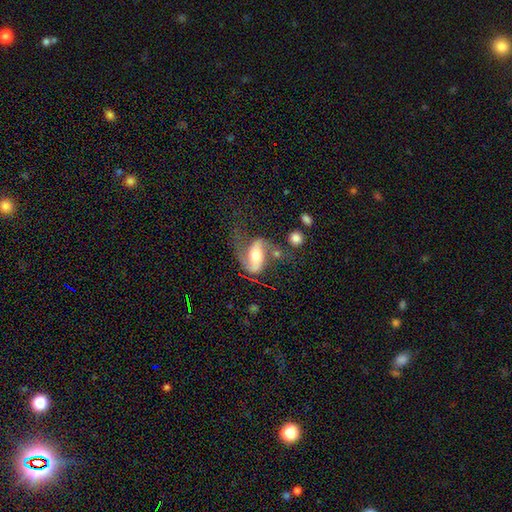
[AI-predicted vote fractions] This appears to be a featured or disk galaxy (79%) with a weak bar (35%), 2 (83%) loose (55%) spiral arms (93%) and a moderate central bulge (66%). Merging: none (41%).